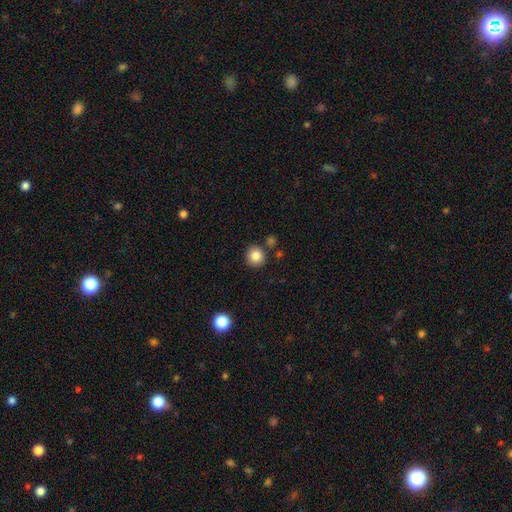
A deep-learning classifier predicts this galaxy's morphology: The model was most divided on "smooth or featured": smooth: 84%, star or artifact: 10%, featured or disk: 6%. More confident: how rounded — round (91%); merging — none (84%).